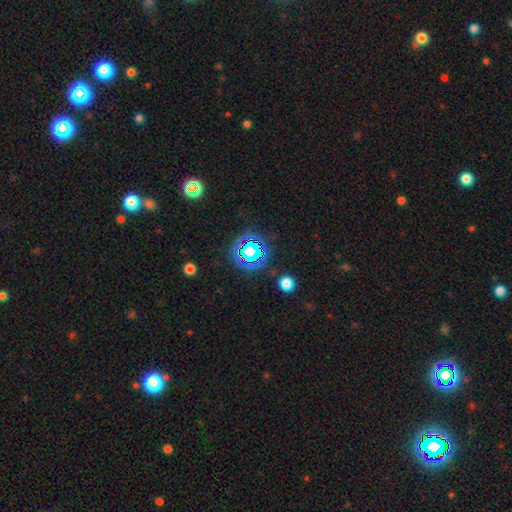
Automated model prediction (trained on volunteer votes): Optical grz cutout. It shows a star or artifact, not a galaxy (75%).